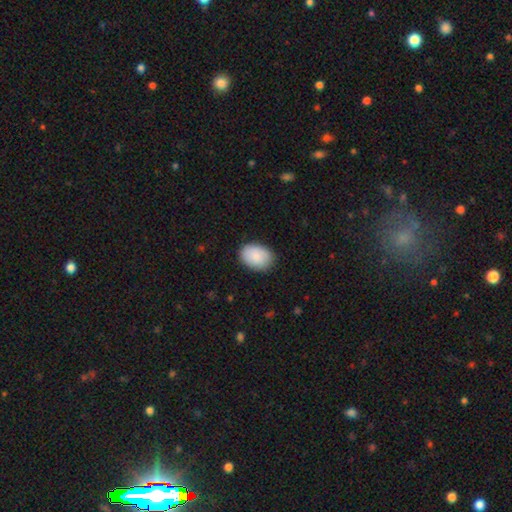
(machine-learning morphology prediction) Smooth or featured? Predicted: smooth (p=0.89). How rounded? Predicted: in between (p=0.79). Merging? Predicted: none (p=0.86).